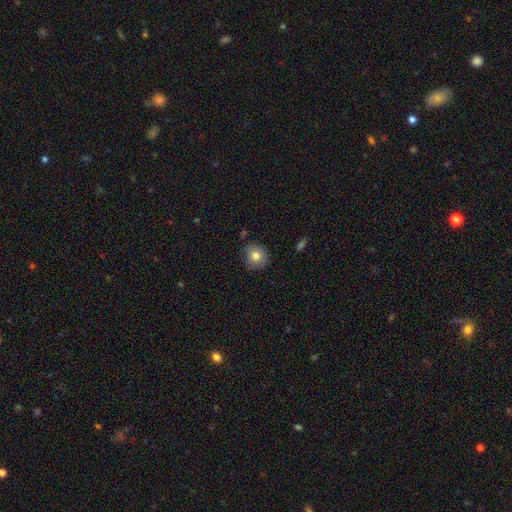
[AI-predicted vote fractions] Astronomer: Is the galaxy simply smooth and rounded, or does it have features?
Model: smooth — 81%.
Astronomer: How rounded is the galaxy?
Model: round — 86%.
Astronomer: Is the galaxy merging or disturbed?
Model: none — 83%.